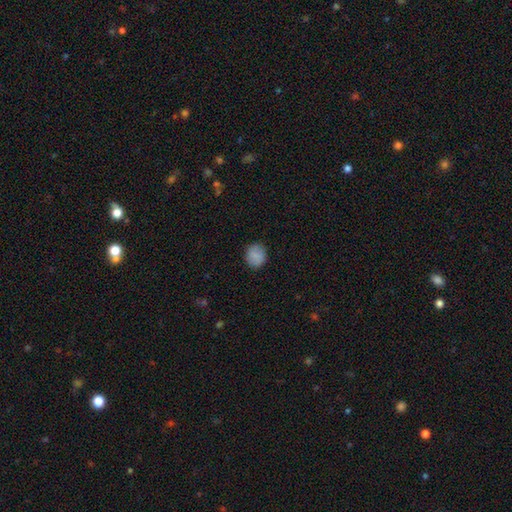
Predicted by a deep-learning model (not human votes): This appears to be a smooth galaxy with no disk features (85%) that is round (74%). Merging: none (88%).